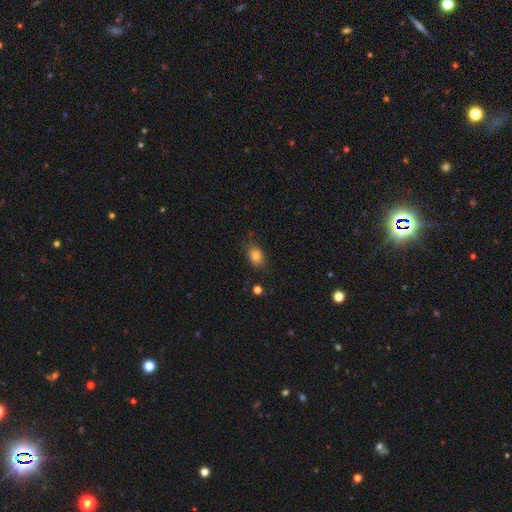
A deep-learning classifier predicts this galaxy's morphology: Smooth or featured? smooth (81%)
How rounded? in between (76%)
Merging? none (79%)